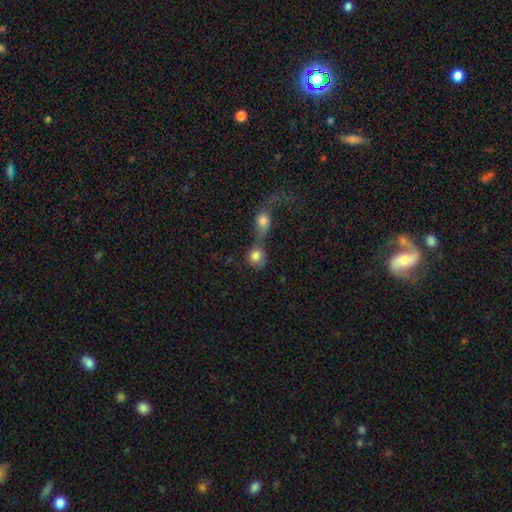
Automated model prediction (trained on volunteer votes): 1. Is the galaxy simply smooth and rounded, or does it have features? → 81% smooth, 10% featured or disk, 9% star or artifact.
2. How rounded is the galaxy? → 81% round, 17% in between, 2% cigar-shaped.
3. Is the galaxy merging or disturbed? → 59% merger, 28% none, 7% minor disturbance, 7% major disturbance.